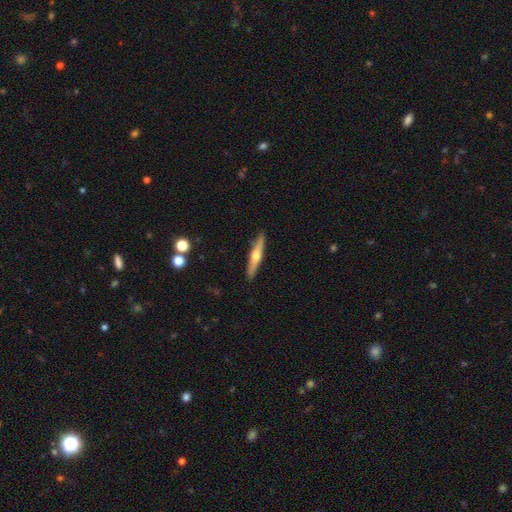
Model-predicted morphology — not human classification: Overall: featured or disk (58%; smooth 36%). Edge-on disk: yes (95%). Edge-on bulge: rounded (91%). Merging: none (90%).